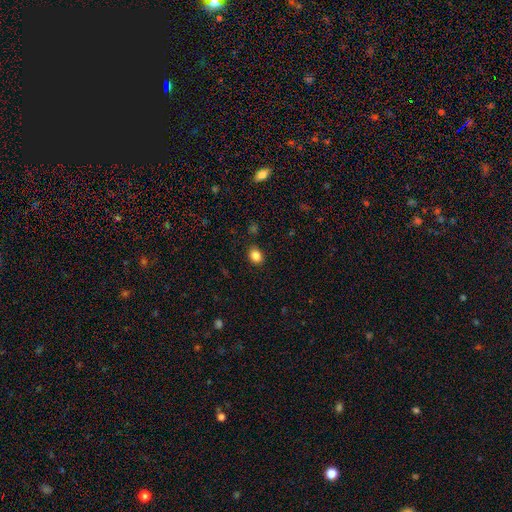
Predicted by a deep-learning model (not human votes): This is clearly a smooth galaxy (85%). How rounded: possibly in between (51%). Merging: clearly none (87%).